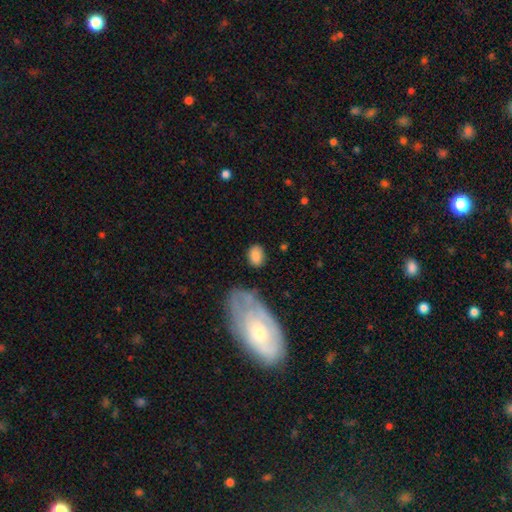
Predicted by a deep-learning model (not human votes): The model was most divided on "how rounded": in between: 77%, round: 21%, cigar-shaped: 2%. More confident: smooth or featured — smooth (84%); merging — none (76%).